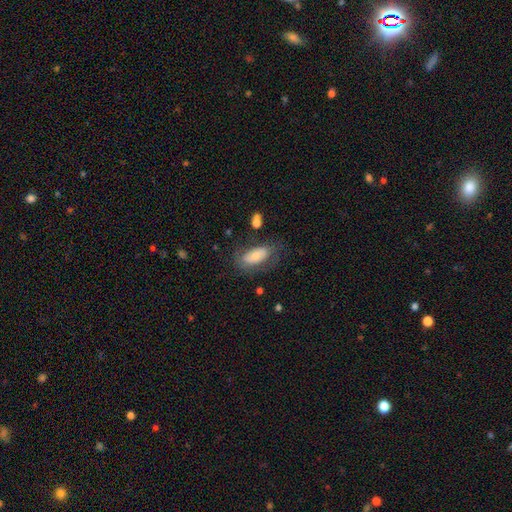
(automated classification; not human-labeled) smooth 59%, featured or disk 33%, star or artifact 7%. Down the decision tree: how rounded — in between (90%); merging — none (56%).